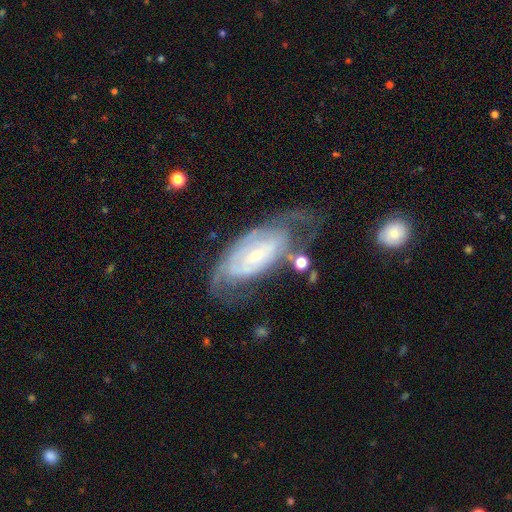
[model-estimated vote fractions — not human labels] Overall: featured or disk (80%). Edge-on disk: no (92%). Bar: no (55%; weak 33%). Spiral arms: yes (84%). Spiral arm count: can't tell (49%; 2 31%). Spiral winding: tight (61%; medium 29%). Bulge size: small (73%). Merging: none (48%; minor disturbance 24%).